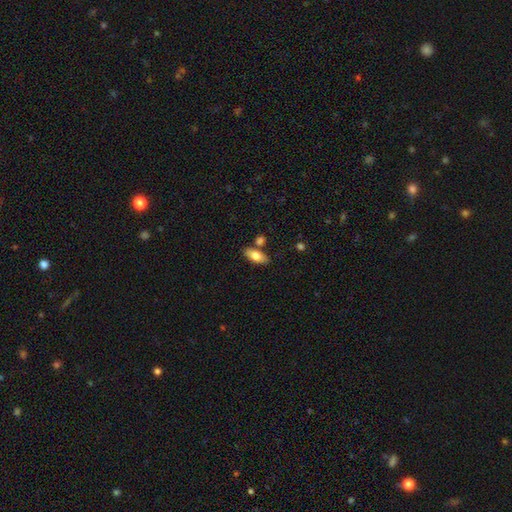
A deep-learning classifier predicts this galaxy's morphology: Q: Smooth or featured?
A: smooth (72%); runner-up: featured or disk (22%)
Q: How rounded?
A: in between (80%); runner-up: cigar-shaped (17%)
Q: Merging?
A: none (77%); runner-up: minor disturbance (11%)